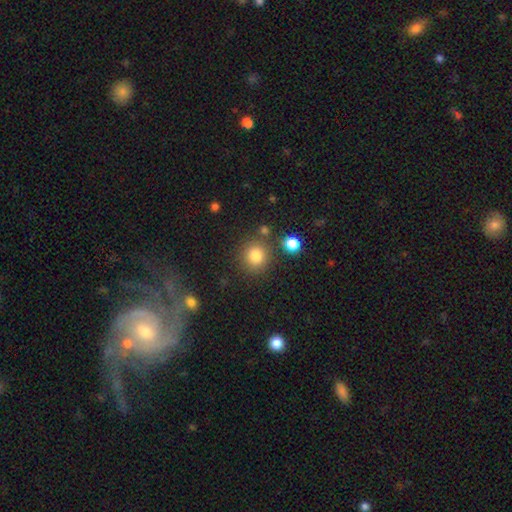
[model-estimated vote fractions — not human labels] smooth_or_featured: smooth (p=0.81) [alt: star or artifact p=0.13]
how_rounded: round (p=0.90) [alt: in between p=0.10]
merging: none (p=0.81) [alt: minor disturbance p=0.09]